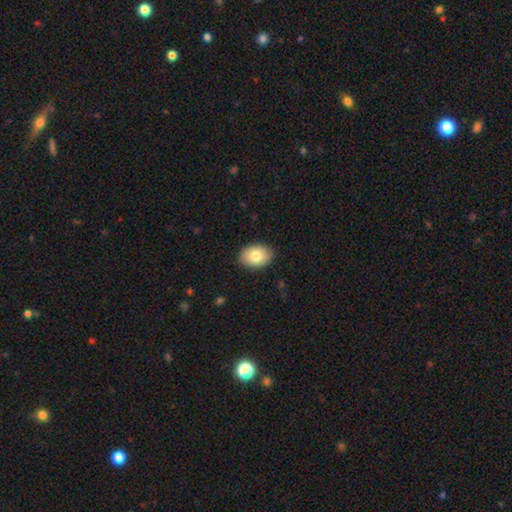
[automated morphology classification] Smooth or featured? smooth (82%)
How rounded? in between (80%)
Merging? none (88%)